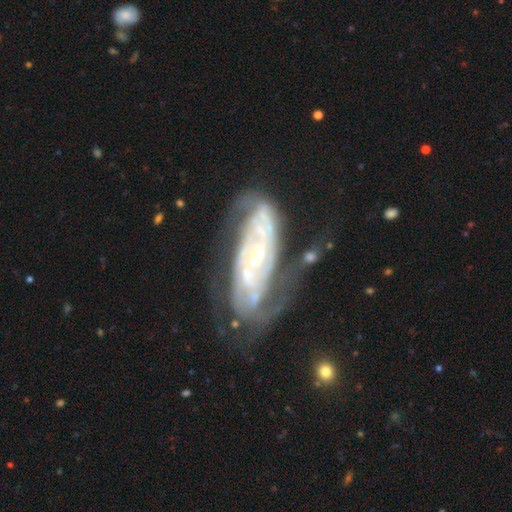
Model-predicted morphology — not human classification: Smooth or featured? Predicted: featured or disk (p=0.87). Edge-on disk? Predicted: no (p=0.91). Bar? Predicted: no (p=0.61). Spiral arms? Predicted: yes (p=0.92). Spiral winding? Predicted: tight (p=0.66). Spiral arm count? Predicted: can't tell (p=0.37). Bulge size? Predicted: small (p=0.62). Merging? Predicted: none (p=0.60).